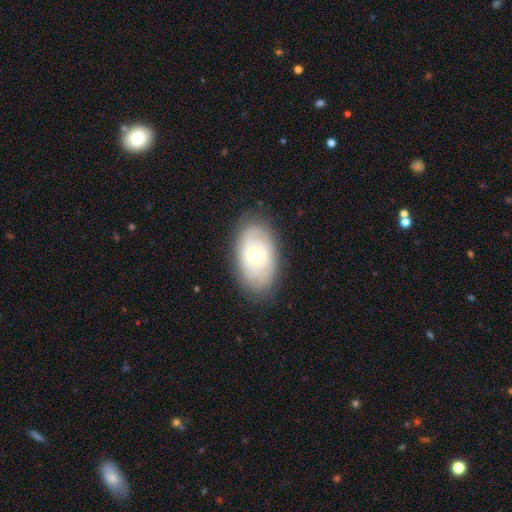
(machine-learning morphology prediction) The model was most divided on "smooth or featured": featured or disk: 65%, smooth: 29%, star or artifact: 6%. More confident: edge-on disk — no (92%); merging — none (81%); bar — no (73%); spiral arms — yes (72%); bulge size — moderate (71%).